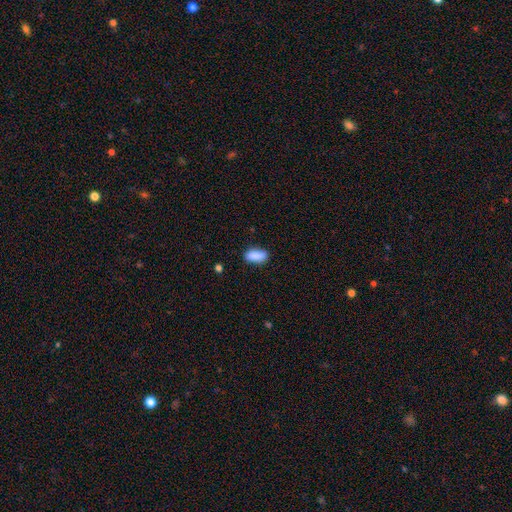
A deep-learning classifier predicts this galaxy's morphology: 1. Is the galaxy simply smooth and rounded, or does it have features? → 89% smooth, 7% star or artifact, 4% featured or disk.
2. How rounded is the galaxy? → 85% in between, 12% cigar-shaped, 3% round.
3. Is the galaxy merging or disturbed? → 83% none, 13% minor disturbance, 3% major disturbance, 2% merger.